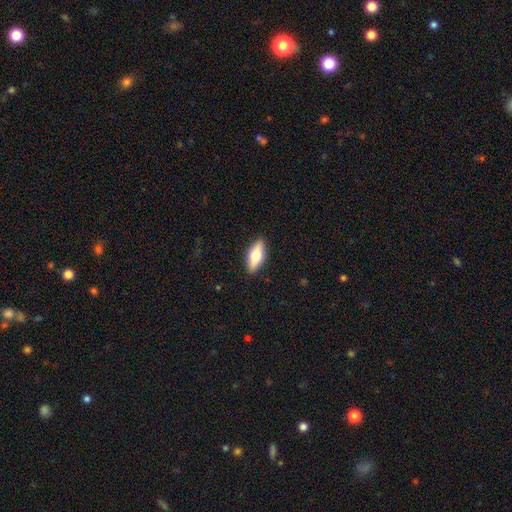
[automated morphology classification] Q: Smooth or featured?
A: smooth (59%); runner-up: featured or disk (34%)
Q: How rounded?
A: in between (72%); runner-up: cigar-shaped (24%)
Q: Merging?
A: none (89%); runner-up: minor disturbance (8%)